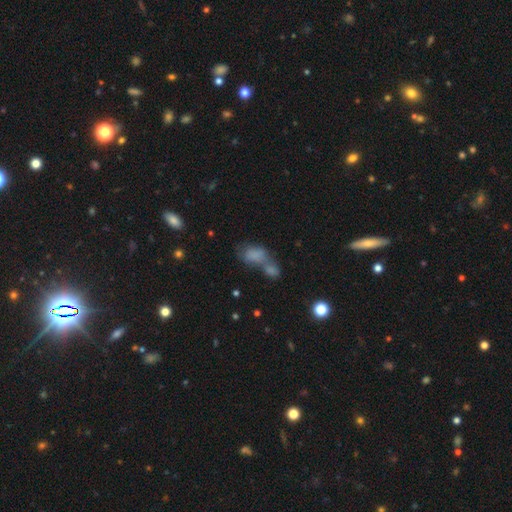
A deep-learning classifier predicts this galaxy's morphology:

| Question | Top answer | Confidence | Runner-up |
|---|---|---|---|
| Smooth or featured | smooth | 73% | featured or disk (14%) |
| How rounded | in between | 82% | round (14%) |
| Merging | merger | 59% | none (21%) |